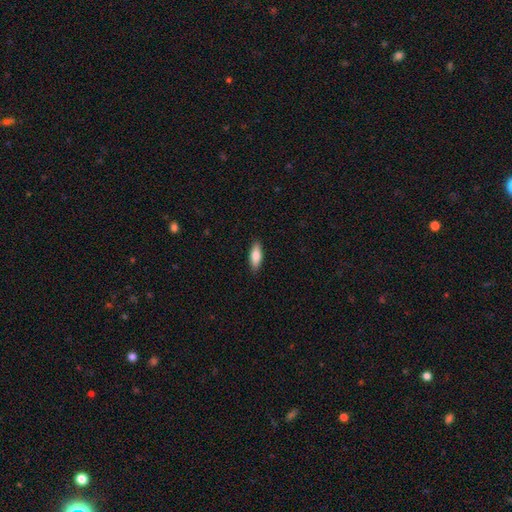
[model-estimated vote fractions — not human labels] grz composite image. It shows a smooth galaxy with no disk features (79%) that is in between round and cigar-shaped (70%). Merging: none (89%).